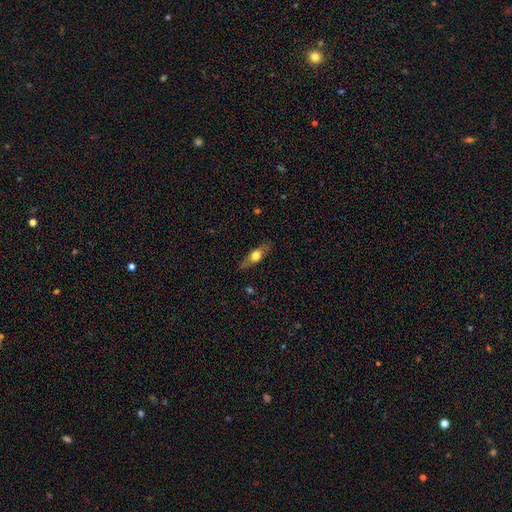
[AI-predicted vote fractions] Morphology: type=smooth (51%); roundness=in between (47%, tied with cigar-shaped); merging=none (83%).